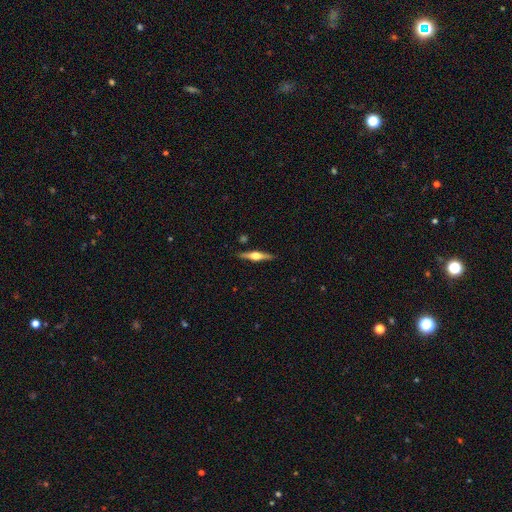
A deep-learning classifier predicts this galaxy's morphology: This is likely a featured or disk galaxy (74%). It is clearly viewed edge-on (98%). Edge-on bulge: clearly rounded (93%). Merging: clearly none (89%).